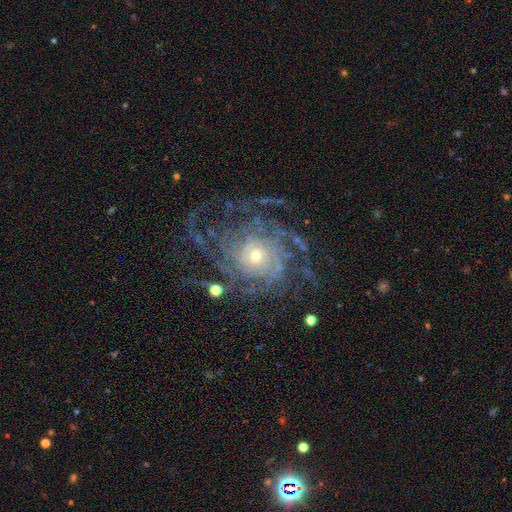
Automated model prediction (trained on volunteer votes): This is clearly a featured or disk galaxy (89%). It is clearly not viewed edge-on (97%). Bar: likely no (77%). Spiral arm pattern: clearly yes (97%). Spiral arm count: marginally more than 4 (27%). Spiral winding: likely tight (69%). Central bulge: likely small (64%). Merging: likely none (70%).